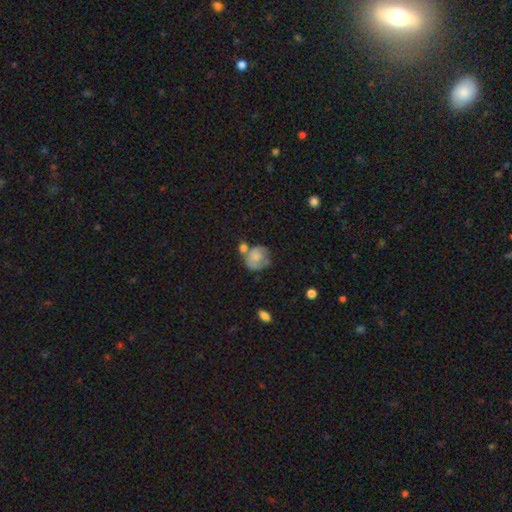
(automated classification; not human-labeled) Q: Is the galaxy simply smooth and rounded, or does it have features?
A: smooth — 64%.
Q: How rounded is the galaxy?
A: round — 71%.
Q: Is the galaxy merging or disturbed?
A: none — 40%.